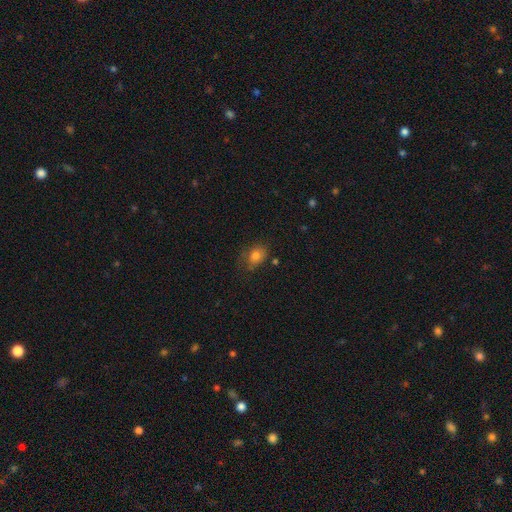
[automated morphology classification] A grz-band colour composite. It shows a smooth galaxy with no disk features (78%) that is in between round and cigar-shaped (65%). Merging: none (60%).